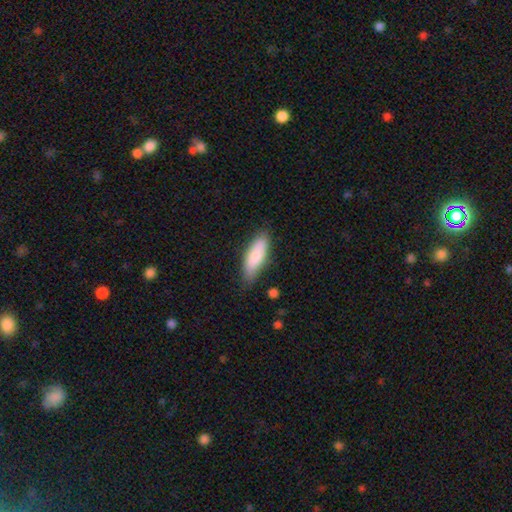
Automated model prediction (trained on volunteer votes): smooth-or-featured: smooth: 83% | featured or disk: 11% | star or artifact: 6%
  how-rounded: in between: 58% | cigar-shaped: 40% | round: 2%
  merging: none: 80% | minor disturbance: 16% | major disturbance: 3% | merger: 2%